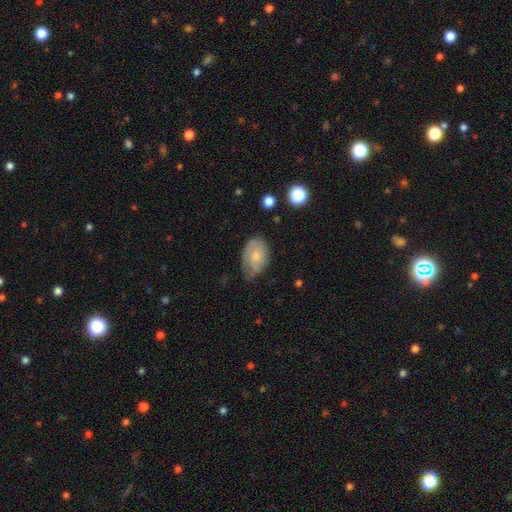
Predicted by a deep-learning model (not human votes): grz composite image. It shows a smooth galaxy with no disk features (54%) that is in between round and cigar-shaped (85%). Merging: none (50%).